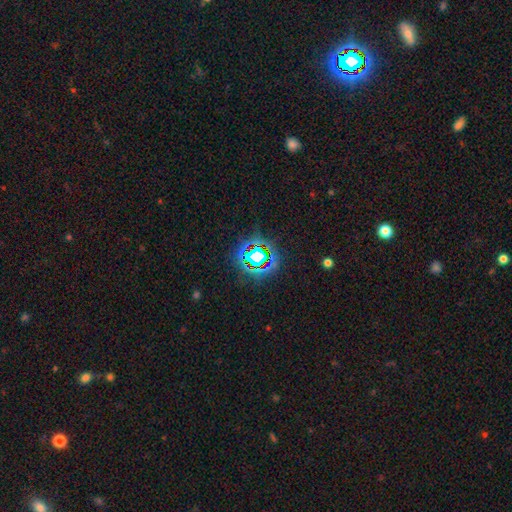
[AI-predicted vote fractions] Smooth or featured?
  - star or artifact: 69% *
  - smooth: 19%
  - featured or disk: 12%